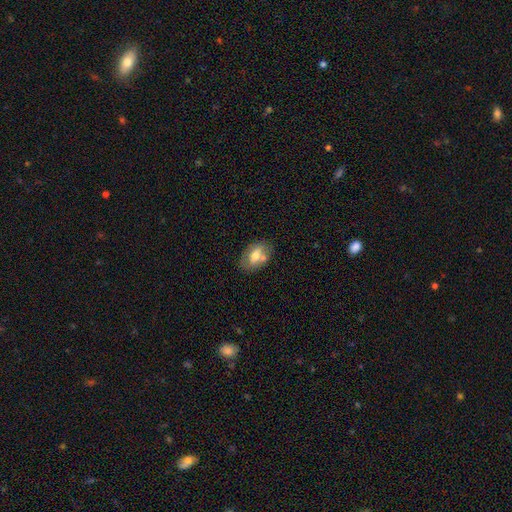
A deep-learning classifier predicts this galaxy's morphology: Smooth or featured? Predicted: smooth (p=0.55). How rounded? Predicted: in between (p=0.83). Merging? Predicted: none (p=0.63).